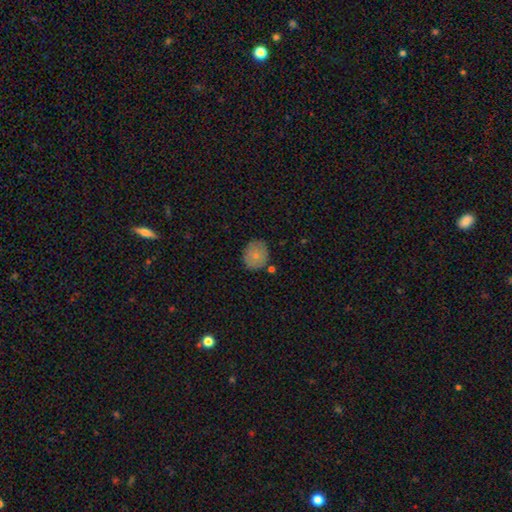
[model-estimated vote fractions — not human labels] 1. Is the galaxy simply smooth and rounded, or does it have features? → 76% smooth, 16% featured or disk, 8% star or artifact.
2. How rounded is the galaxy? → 72% round, 27% in between, 1% cigar-shaped.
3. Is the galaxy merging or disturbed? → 77% none, 15% minor disturbance, 5% merger, 3% major disturbance.